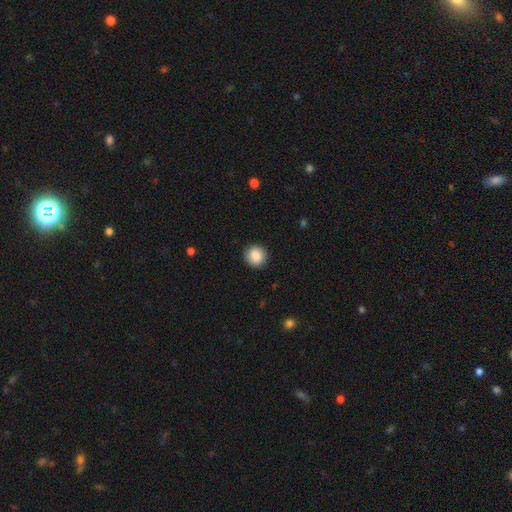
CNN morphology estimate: smooth 85%, star or artifact 8%, featured or disk 7%. Down the decision tree: how rounded — round (86%); merging — none (89%).